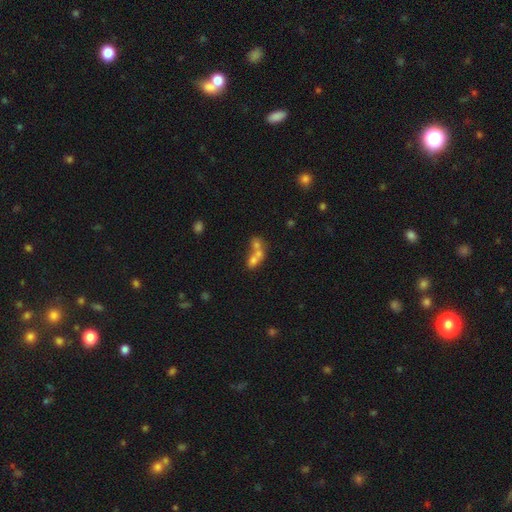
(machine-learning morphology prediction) A smooth galaxy with no disk features (58%) that is in between round and cigar-shaped (54%). Merging: merger (69%).